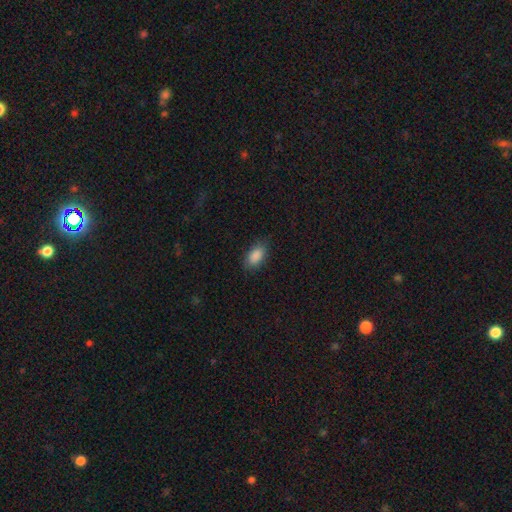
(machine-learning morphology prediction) Overall: smooth (89%). How rounded: in between (91%). Merging: none (81%).